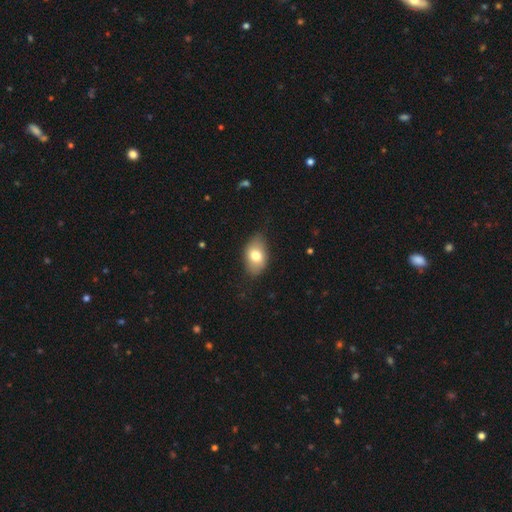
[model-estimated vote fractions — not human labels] A smooth galaxy with no disk features (74%) that is in between round and cigar-shaped (87%).

Vote fractions:
- Smooth or featured? smooth: 74% / featured or disk: 18% / star or artifact: 7%
- How rounded? in between: 87% / round: 11% / cigar-shaped: 1%
- Merging? none: 76% / minor disturbance: 19% / major disturbance: 4% / merger: 1%